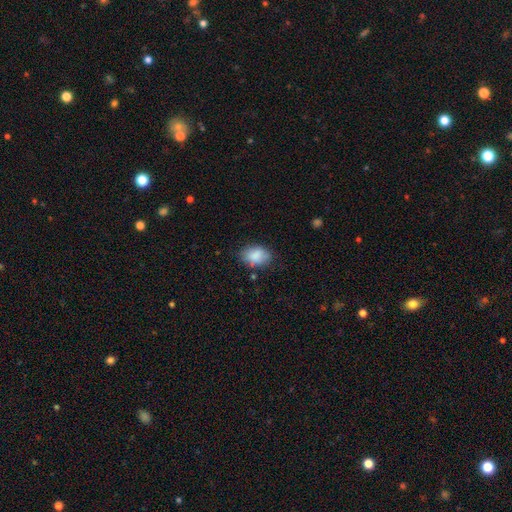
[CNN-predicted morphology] A smooth galaxy with no disk features (85%) that is in between round and cigar-shaped (82%). Merging: none (72%).